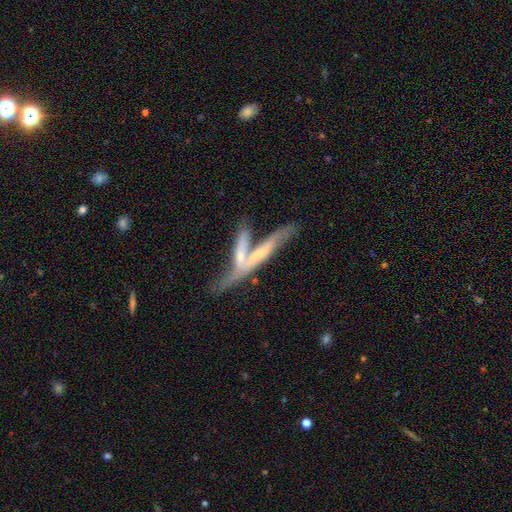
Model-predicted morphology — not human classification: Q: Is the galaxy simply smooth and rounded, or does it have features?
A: featured or disk — 62%.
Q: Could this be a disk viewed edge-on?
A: yes — 62%.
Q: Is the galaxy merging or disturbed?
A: merger — 58%.